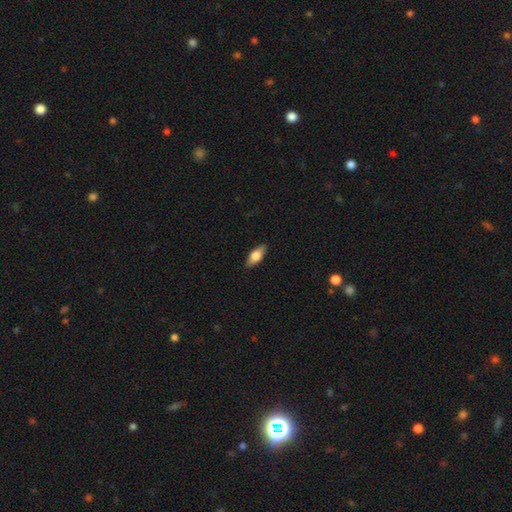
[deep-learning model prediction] A smooth galaxy with no disk features (68%) that is in between round and cigar-shaped (79%). Merging: none (88%).